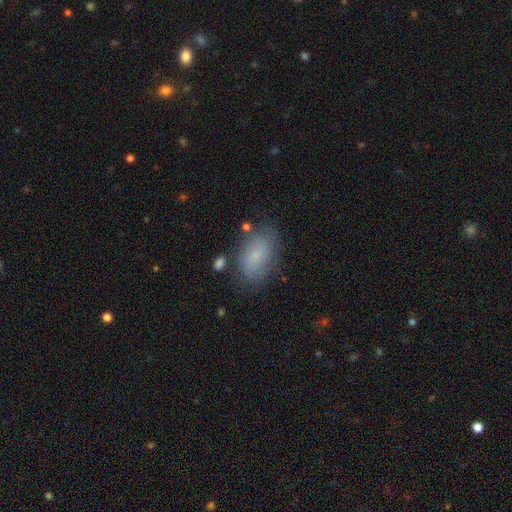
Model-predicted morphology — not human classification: A smooth galaxy with no disk features (71%) that is in between round and cigar-shaped (90%).

Vote fractions:
- Smooth or featured? smooth: 71% / featured or disk: 20% / star or artifact: 10%
- How rounded? in between: 90% / round: 8% / cigar-shaped: 2%
- Merging? none: 72% / minor disturbance: 19% / major disturbance: 6% / merger: 4%